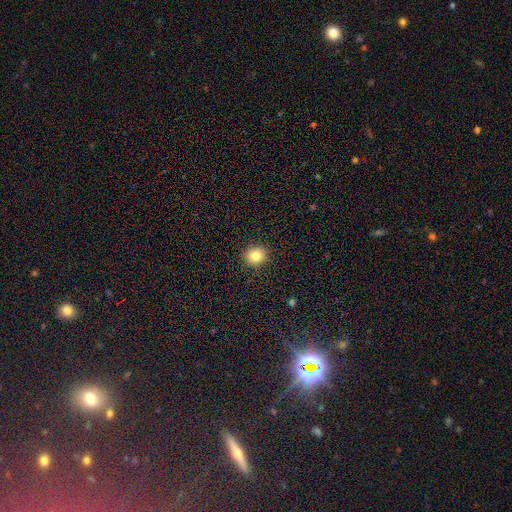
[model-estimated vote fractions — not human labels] smooth-or-featured: smooth: 83% | star or artifact: 11% | featured or disk: 6%
  how-rounded: round: 80% | in between: 19% | cigar-shaped: 1%
  merging: none: 90% | minor disturbance: 7% | major disturbance: 2% | merger: 1%